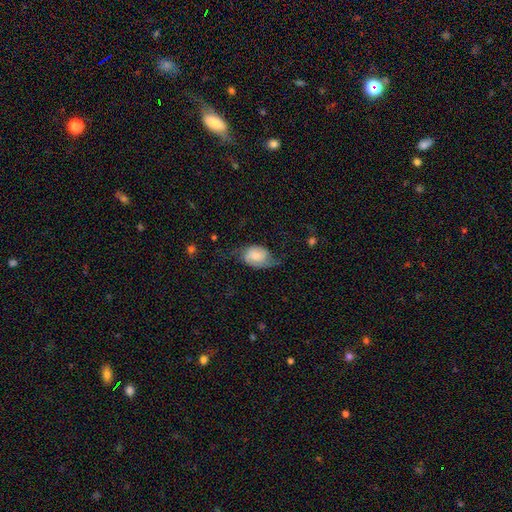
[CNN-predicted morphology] A featured or disk galaxy (49%).

Vote fractions:
- Smooth or featured? featured or disk: 49% / smooth: 43% / star or artifact: 8%
- Merging? none: 47% / minor disturbance: 28% / major disturbance: 23% / merger: 2%